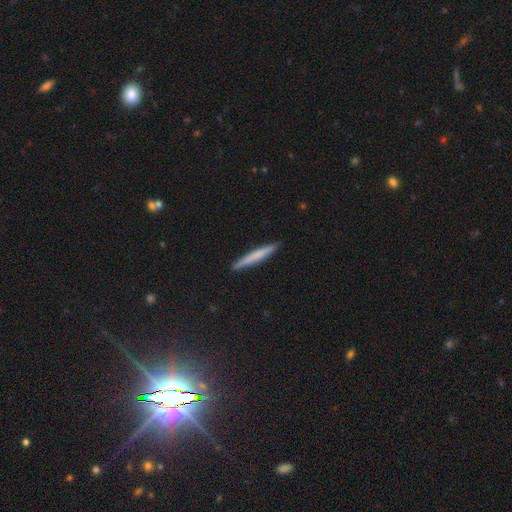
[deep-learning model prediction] This appears to be a smooth galaxy with no disk features (67%) that is cigar-shaped (96%). Merging: none (90%).